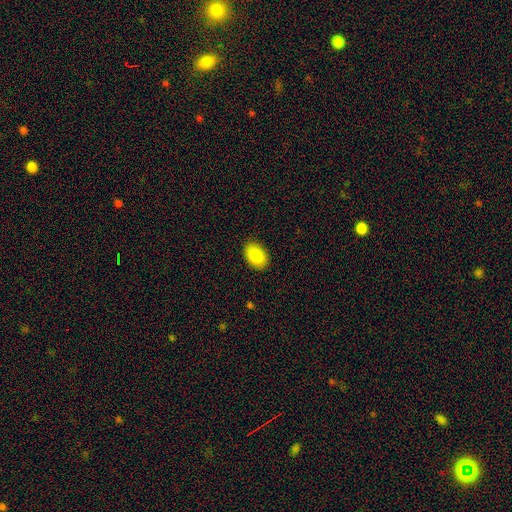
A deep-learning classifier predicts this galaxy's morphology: type=smooth (87%); roundness=in between (88%); merging=none (89%).